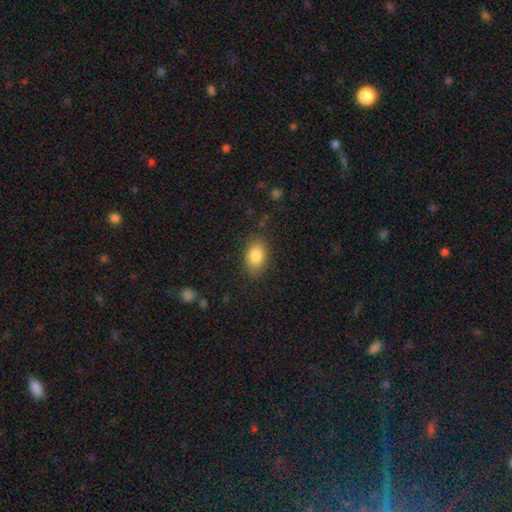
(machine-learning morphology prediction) Smooth or featured: smooth — 84% (star or artifact — 8%)
How rounded: in between — 84% (round — 15%)
Merging: none — 84% (minor disturbance — 12%)